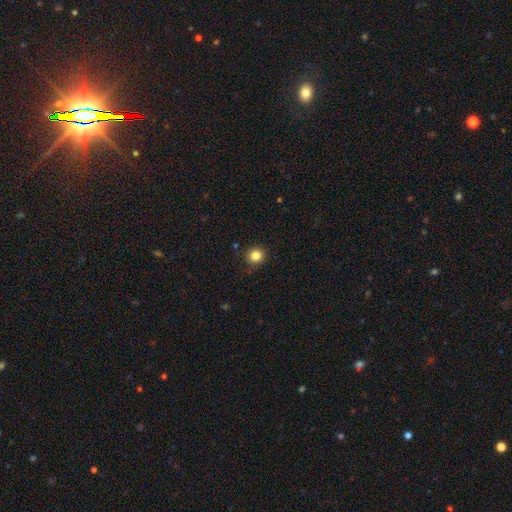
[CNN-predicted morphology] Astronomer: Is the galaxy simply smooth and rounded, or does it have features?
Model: smooth — 84%.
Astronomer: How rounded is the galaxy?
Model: round — 91%.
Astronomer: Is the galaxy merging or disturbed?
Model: none — 88%.